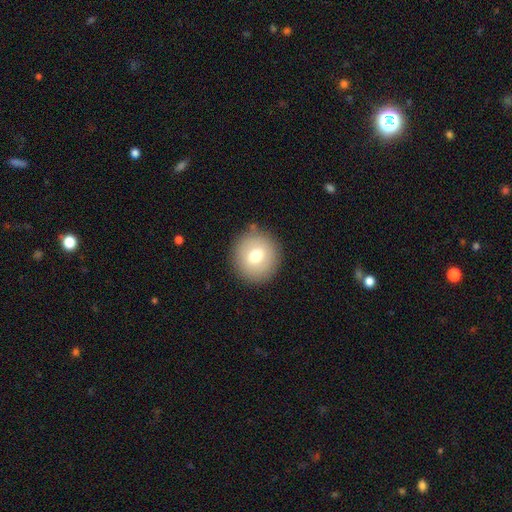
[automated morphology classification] The model was most divided on "smooth or featured": smooth: 72%, featured or disk: 19%, star or artifact: 9%. More confident: how rounded — round (90%); merging — none (87%).